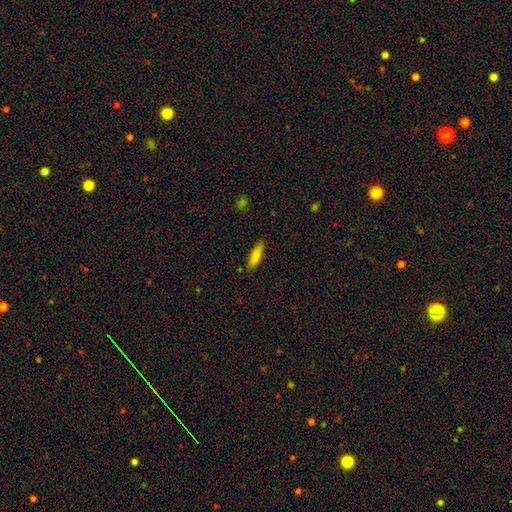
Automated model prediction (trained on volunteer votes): smooth 83%, featured or disk 9%, star or artifact 8%. Down the decision tree: how rounded — cigar-shaped (58%); merging — none (84%).